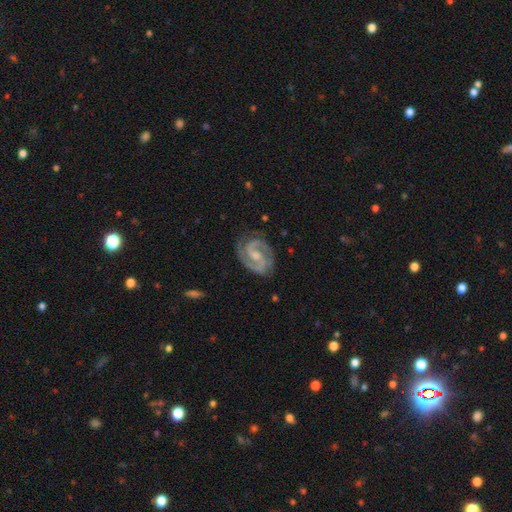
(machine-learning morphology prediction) Smooth or featured: featured or disk — 92% (star or artifact — 4%)
Edge-on disk: no — 98% (yes — 2%)
Bar: weak — 49% (no — 33%)
Spiral arms: yes — 98% (no — 2%)
Spiral winding: medium — 52% (tight — 41%)
Spiral arm count: 2 — 92% (3 — 3%)
Bulge size: moderate — 46% (small — 38%)
Merging: none — 79% (minor disturbance — 15%)